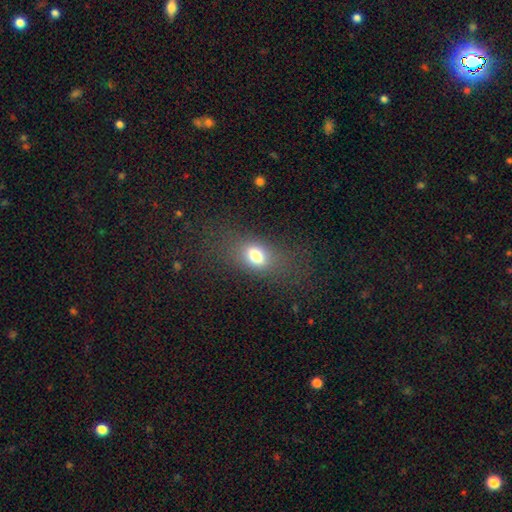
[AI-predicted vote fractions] Smooth or featured: smooth — 73% (featured or disk — 14%)
How rounded: in between — 76% (round — 20%)
Merging: none — 74% (minor disturbance — 14%)